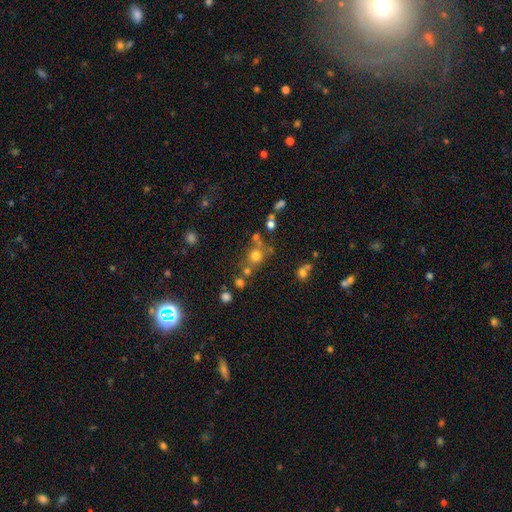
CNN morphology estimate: A smooth galaxy with no disk features (69%) that is round (86%).

Vote fractions:
- Smooth or featured? smooth: 69% / star or artifact: 20% / featured or disk: 11%
- How rounded? round: 86% / in between: 13% / cigar-shaped: 1%
- Merging? none: 63% / merger: 21% / minor disturbance: 11% / major disturbance: 5%